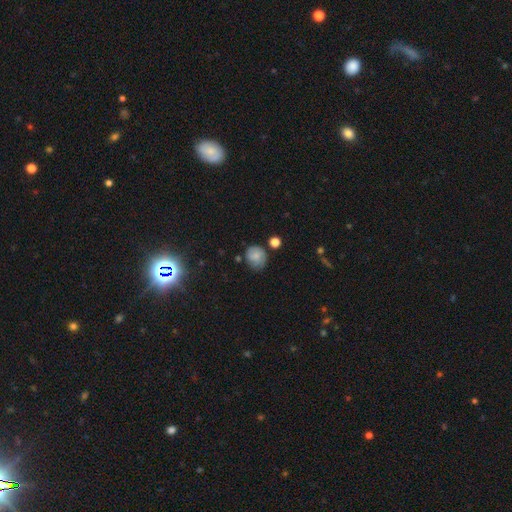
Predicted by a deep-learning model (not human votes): A smooth galaxy with no disk features (66%) that is round (73%). Merging: none (63%).